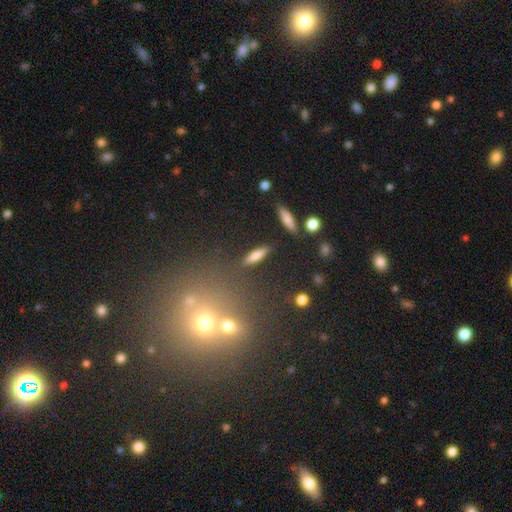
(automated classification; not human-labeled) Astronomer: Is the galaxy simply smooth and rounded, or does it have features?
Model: smooth — 69%.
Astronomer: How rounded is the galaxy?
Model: cigar-shaped — 65%.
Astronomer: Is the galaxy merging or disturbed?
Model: none — 85%.